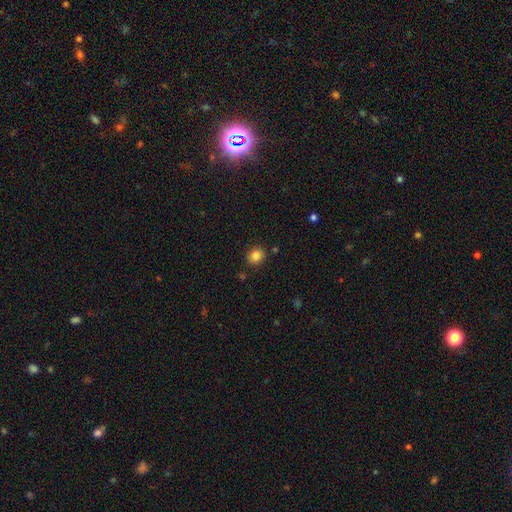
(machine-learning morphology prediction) This is clearly a smooth galaxy (85%). How rounded: likely round (72%). Merging: clearly none (86%).